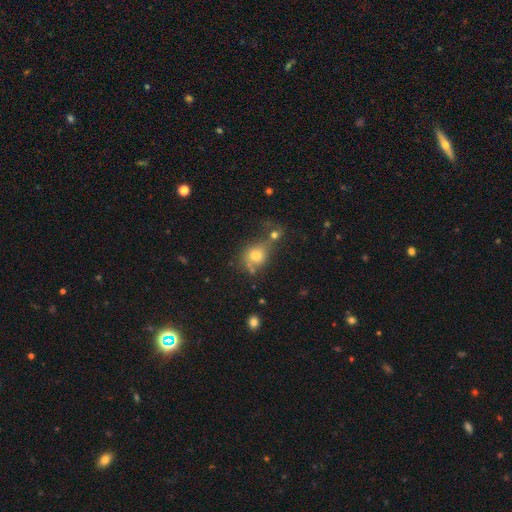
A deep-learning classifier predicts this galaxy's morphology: Smooth or featured: smooth — 73% (star or artifact — 14%)
How rounded: round — 73% (in between — 25%)
Merging: none — 44% (merger — 32%)